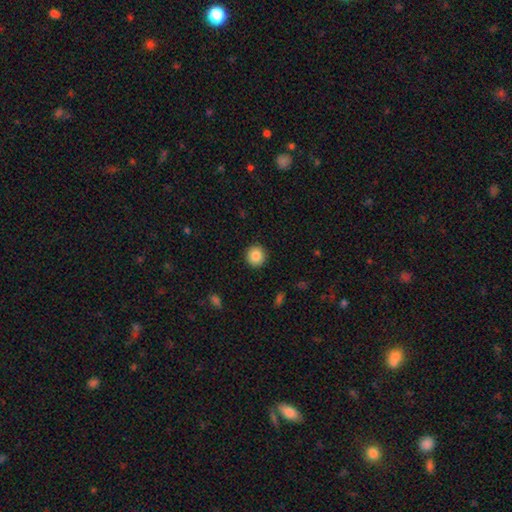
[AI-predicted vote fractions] A smooth galaxy with no disk features (86%) that is round (94%). Merging: none (92%).